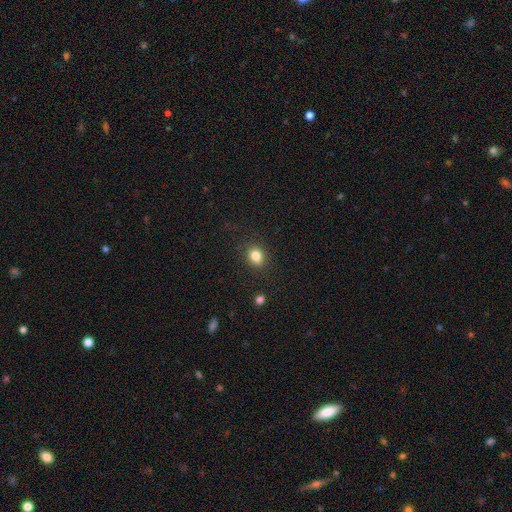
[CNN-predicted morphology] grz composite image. It shows a smooth galaxy with no disk features (83%) that is round (51%). Merging: none (86%).